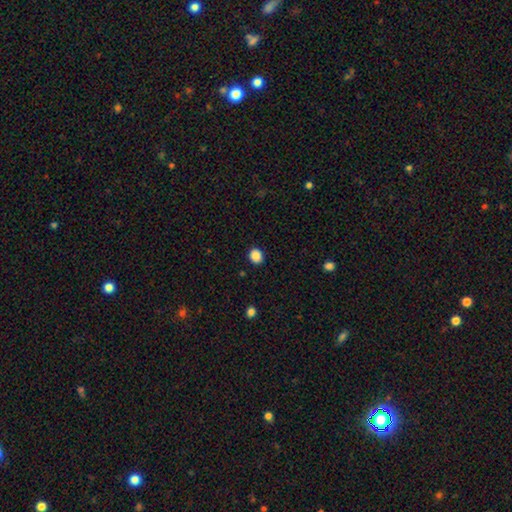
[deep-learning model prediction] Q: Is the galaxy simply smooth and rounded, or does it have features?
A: smooth — 87%.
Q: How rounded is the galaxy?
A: round — 74%.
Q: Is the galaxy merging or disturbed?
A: none — 91%.